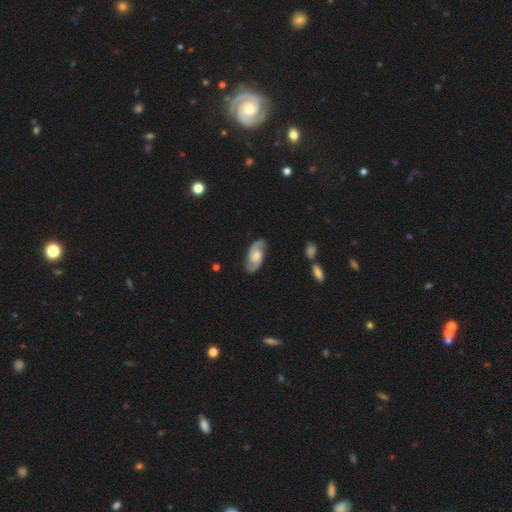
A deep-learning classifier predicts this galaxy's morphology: This is likely a featured or disk galaxy (74%). It is clearly not viewed edge-on (94%). Bar: likely no (60%). Spiral arm pattern: clearly yes (94%). Spiral arm count: clearly 2 (90%). Spiral winding: possibly medium (46%). Central bulge: marginally moderate (40%). Merging: likely none (79%).